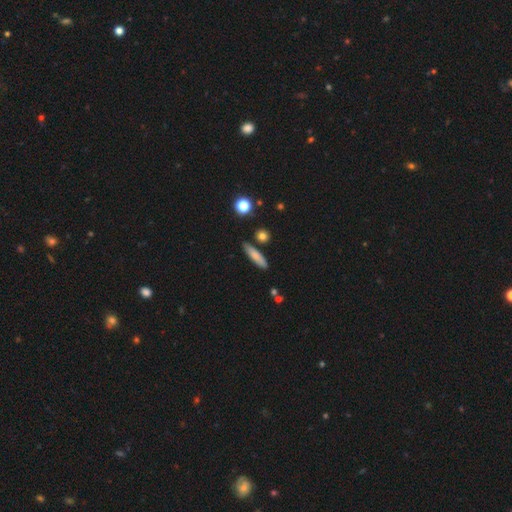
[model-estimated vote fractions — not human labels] smooth-or-featured: smooth: 78% | featured or disk: 14% | star or artifact: 8%
  how-rounded: cigar-shaped: 76% | in between: 21% | round: 3%
  merging: none: 82% | minor disturbance: 11% | merger: 5% | major disturbance: 2%